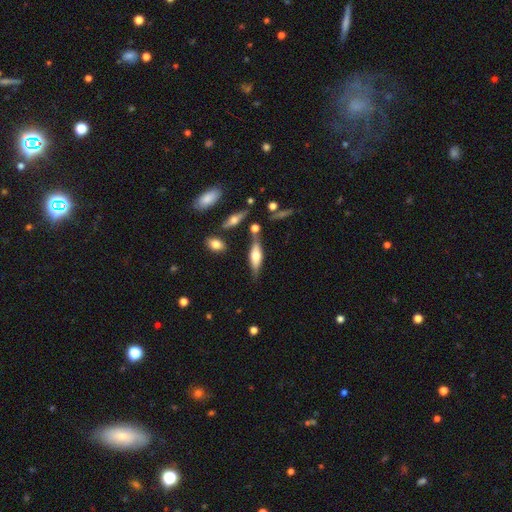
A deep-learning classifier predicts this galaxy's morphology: smooth 48%, featured or disk 45%, star or artifact 7%. Down the decision tree: merging — none (67%).